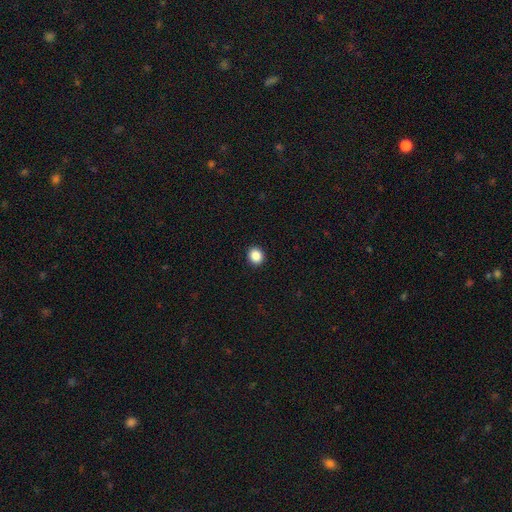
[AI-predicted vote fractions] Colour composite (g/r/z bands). It shows a smooth galaxy with no disk features (87%) that is round (79%). Merging: none (93%).